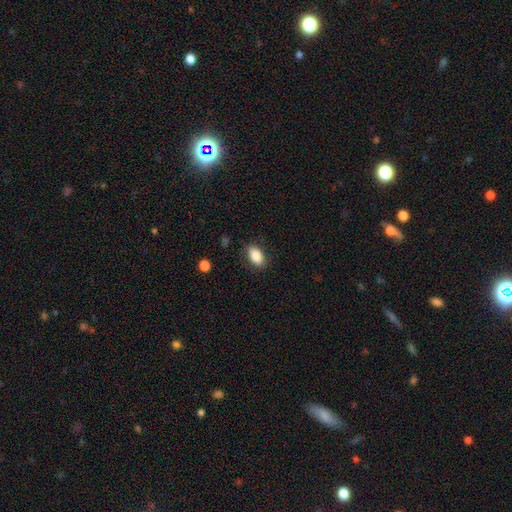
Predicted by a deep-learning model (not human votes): Smooth or featured? smooth (85%)
How rounded? in between (90%)
Merging? none (84%)